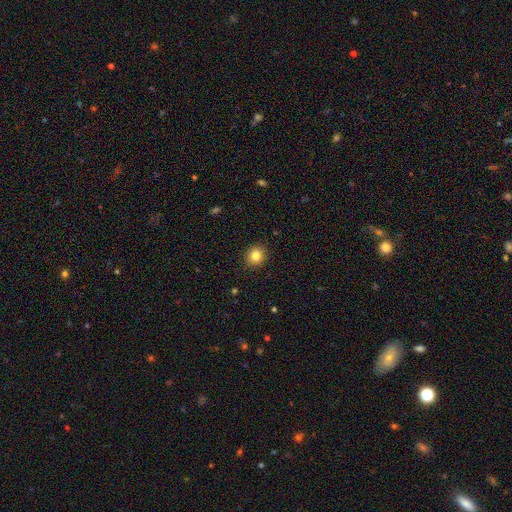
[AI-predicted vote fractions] smooth-or-featured: smooth: 83% | star or artifact: 11% | featured or disk: 6%
  how-rounded: round: 82% | in between: 17% | cigar-shaped: 1%
  merging: none: 90% | minor disturbance: 7% | major disturbance: 2% | merger: 1%